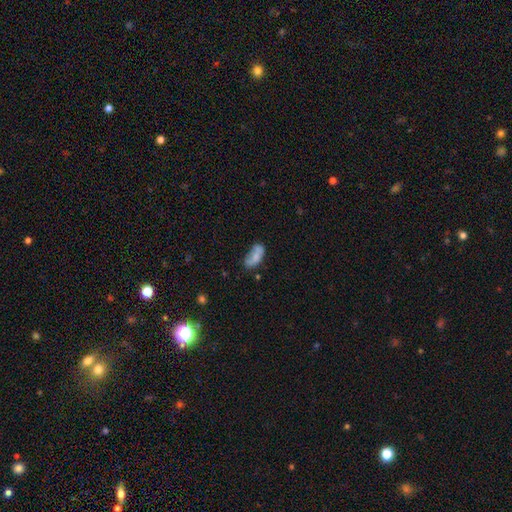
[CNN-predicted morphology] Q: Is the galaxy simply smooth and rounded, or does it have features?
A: smooth — 68%.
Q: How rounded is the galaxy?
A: in between — 86%.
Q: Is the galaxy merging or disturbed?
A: none — 43%.